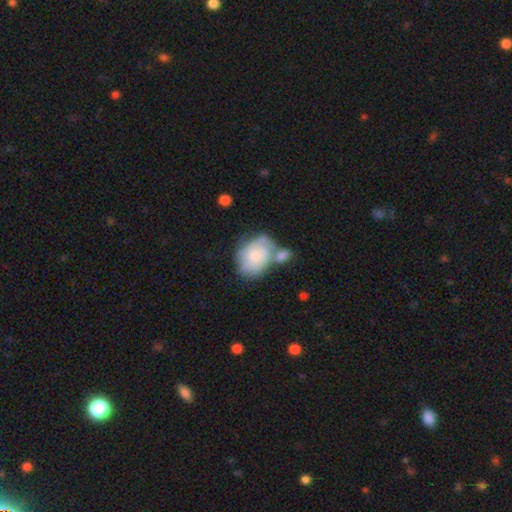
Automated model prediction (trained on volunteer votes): smooth 48%, featured or disk 45%, star or artifact 7%. Down the decision tree: merging — merger (35%).